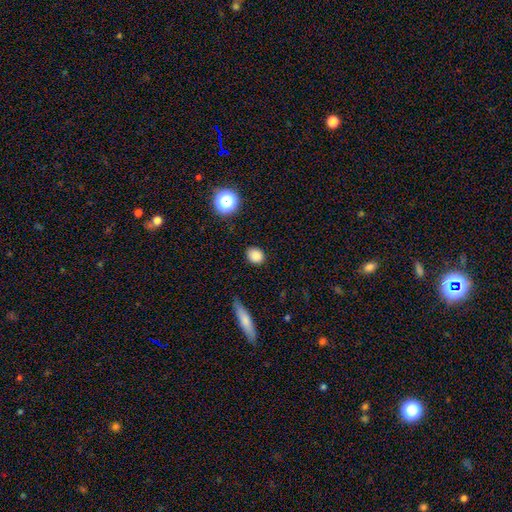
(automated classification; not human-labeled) smooth_or_featured: smooth (p=0.84) [alt: star or artifact p=0.11]
how_rounded: round (p=0.55) [alt: in between p=0.43]
merging: none (p=0.86) [alt: minor disturbance p=0.10]